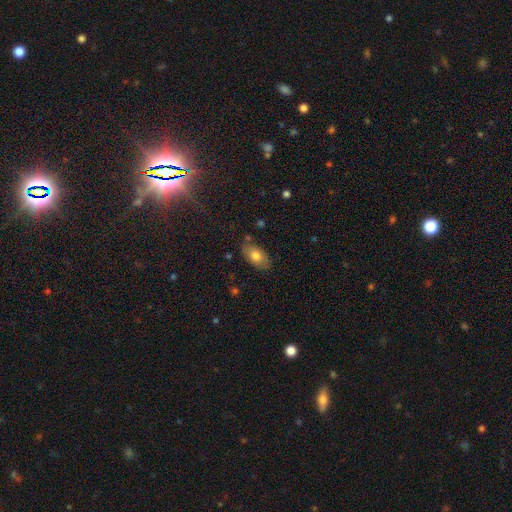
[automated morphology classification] Overall: smooth (76%). How rounded: in between (91%). Merging: none (81%).